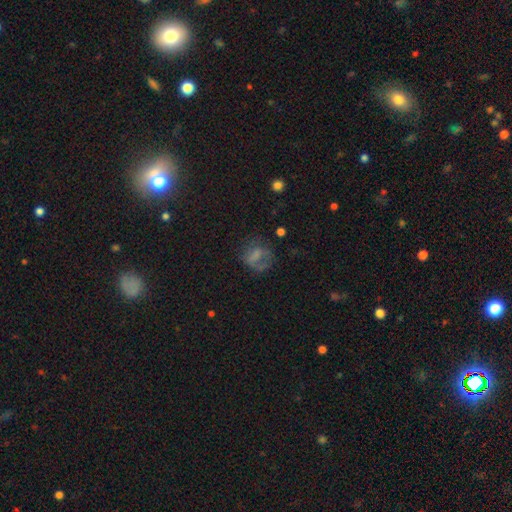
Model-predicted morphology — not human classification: A smooth galaxy with no disk features (53%) that is round (58%).

Vote fractions:
- Smooth or featured? smooth: 53% / featured or disk: 31% / star or artifact: 16%
- How rounded? round: 58% / in between: 40% / cigar-shaped: 2%
- Merging? none: 41% / major disturbance: 33% / minor disturbance: 23% / merger: 3%